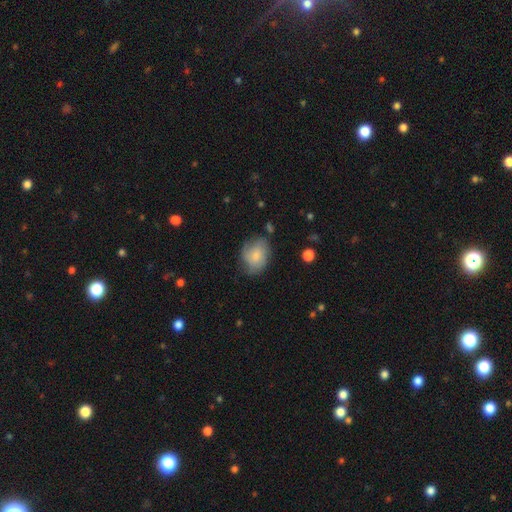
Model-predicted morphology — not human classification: A smooth galaxy with no disk features (69%) that is in between round and cigar-shaped (53%). Merging: none (58%).